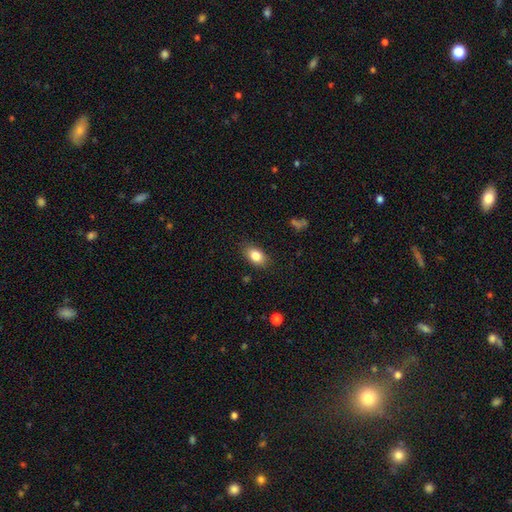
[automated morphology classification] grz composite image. It shows a smooth galaxy with no disk features (84%) that is in between round and cigar-shaped (86%). Merging: none (84%).